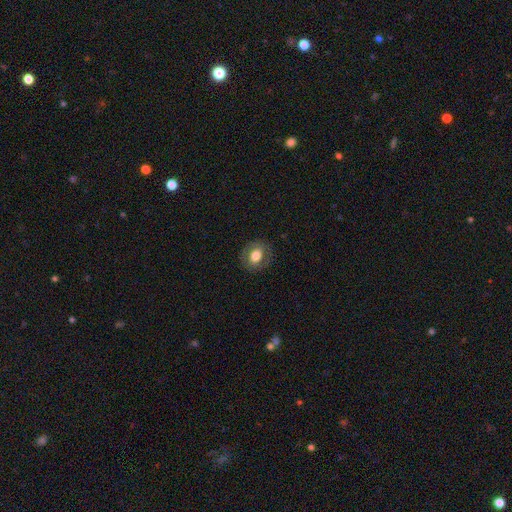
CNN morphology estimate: Overall: smooth (65%; featured or disk 28%). How rounded: round (56%; in between 43%). Merging: none (83%).